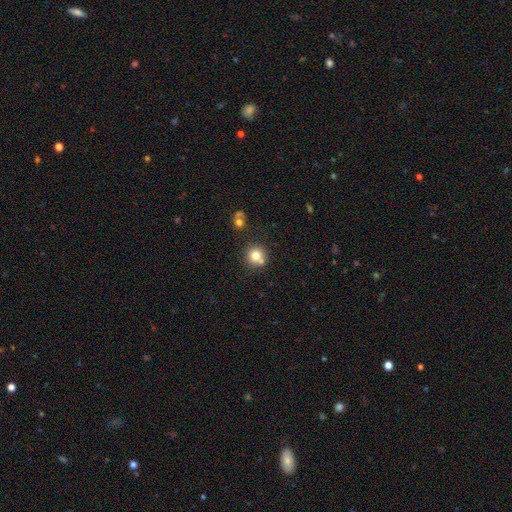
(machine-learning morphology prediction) The model was most divided on "merging": none: 67%, merger: 21%, minor disturbance: 9%, major disturbance: 3%. More confident: how rounded — round (91%); smooth or featured — smooth (76%).